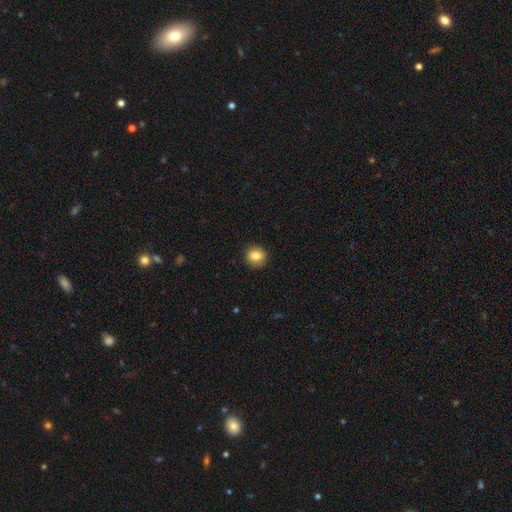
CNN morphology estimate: smooth 83%, star or artifact 9%, featured or disk 8%. Down the decision tree: how rounded — round (84%); merging — none (90%).